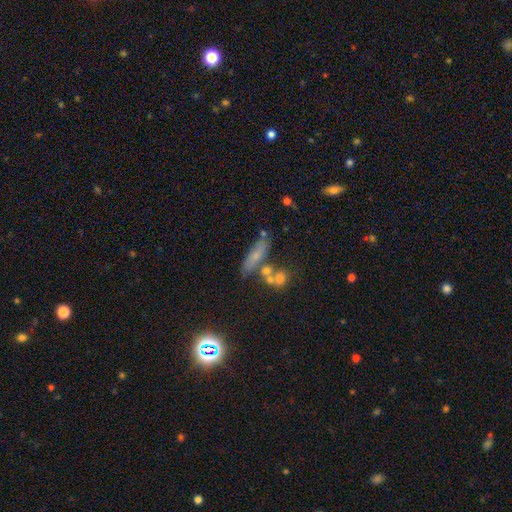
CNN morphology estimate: Q: Smooth or featured?
A: smooth (60%); runner-up: featured or disk (27%)
Q: How rounded?
A: cigar-shaped (58%); runner-up: in between (36%)
Q: Merging?
A: none (60%); runner-up: merger (17%)